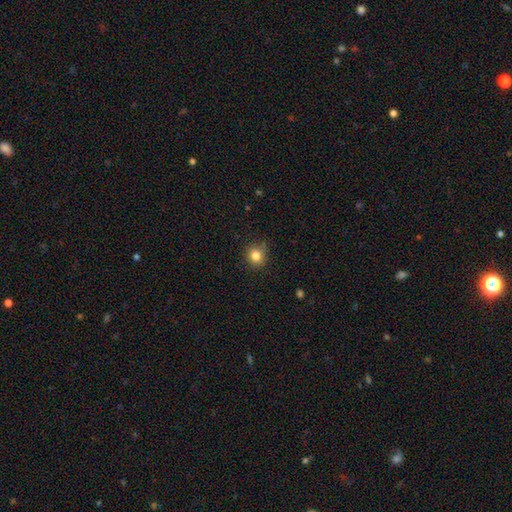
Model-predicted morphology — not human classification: The model was most divided on "merging": none: 78%, minor disturbance: 17%, major disturbance: 3%, merger: 2%. More confident: how rounded — round (87%); smooth or featured — smooth (83%).